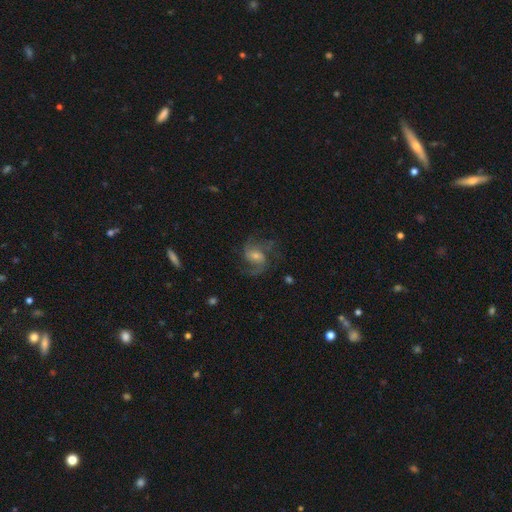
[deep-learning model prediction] Morphology: type=featured or disk (80%); edge-on=no (97%); bar=weak (46%); spiral arms=yes (95%); winding=medium (53%); arm count=2 (52%); bulge=small (47%); merging=none (67%).